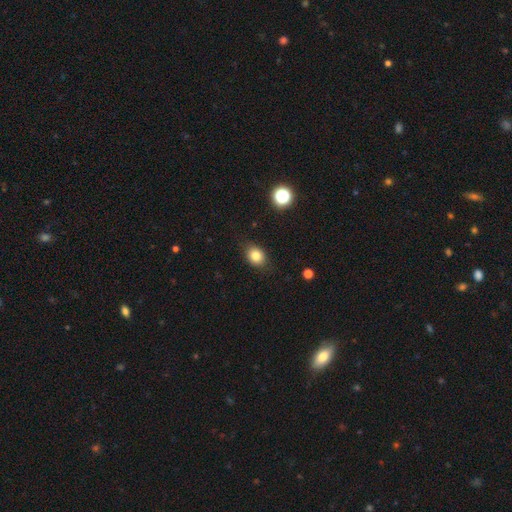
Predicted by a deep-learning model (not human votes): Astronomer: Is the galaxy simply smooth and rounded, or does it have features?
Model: smooth — 81%.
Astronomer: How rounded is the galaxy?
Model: in between — 56% (runner-up: round, 43%).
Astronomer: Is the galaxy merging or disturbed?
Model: none — 83%.